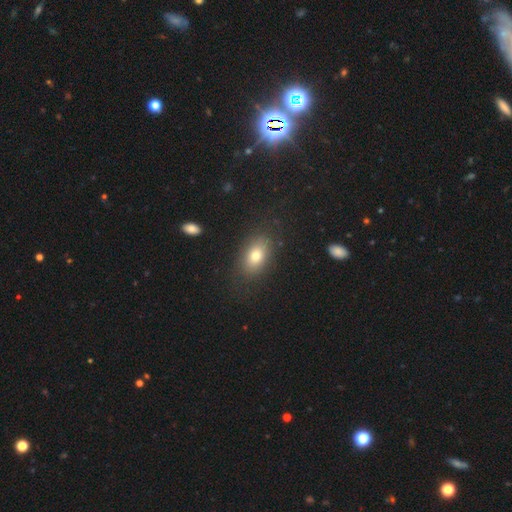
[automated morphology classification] type=smooth (77%); roundness=in between (87%); merging=none (82%).